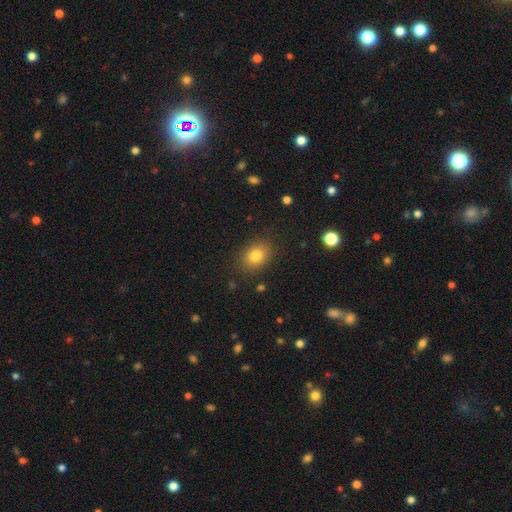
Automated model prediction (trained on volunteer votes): smooth-or-featured: smooth: 81% | star or artifact: 11% | featured or disk: 8%
  how-rounded: in between: 64% | round: 35% | cigar-shaped: 1%
  merging: none: 86% | minor disturbance: 10% | major disturbance: 3% | merger: 1%